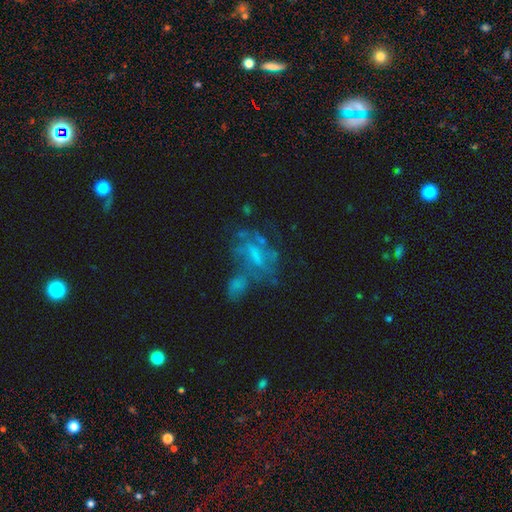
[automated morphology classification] Q: Smooth or featured?
A: featured or disk (59%); runner-up: smooth (26%)
Q: Edge-on disk?
A: no (95%); runner-up: yes (5%)
Q: Bar?
A: no (50%); runner-up: weak (37%)
Q: Spiral arms?
A: no (56%); runner-up: yes (44%)
Q: Bulge size?
A: none (45%); runner-up: small (27%)
Q: Merging?
A: merger (32%); runner-up: none (28%)